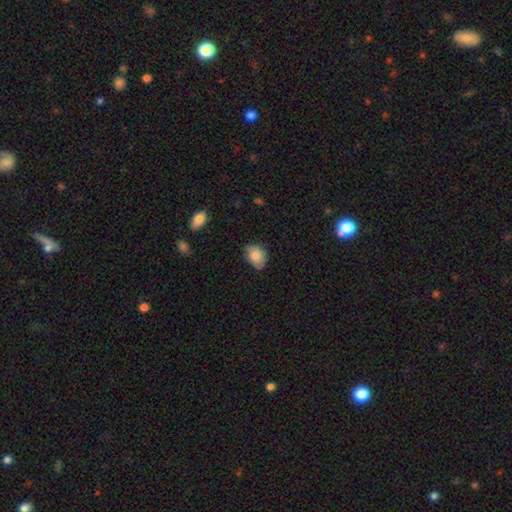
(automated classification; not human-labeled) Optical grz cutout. It shows a smooth galaxy with no disk features (81%) that is in between round and cigar-shaped (56%). Merging: none (65%).